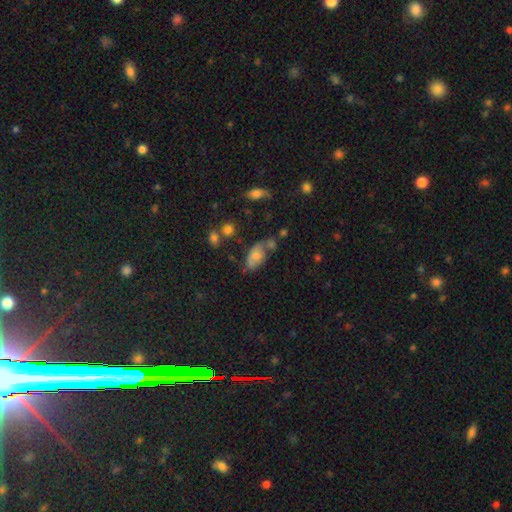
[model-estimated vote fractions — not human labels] A smooth galaxy with no disk features (62%) that is in between round and cigar-shaped (90%). Merging: none (35%).